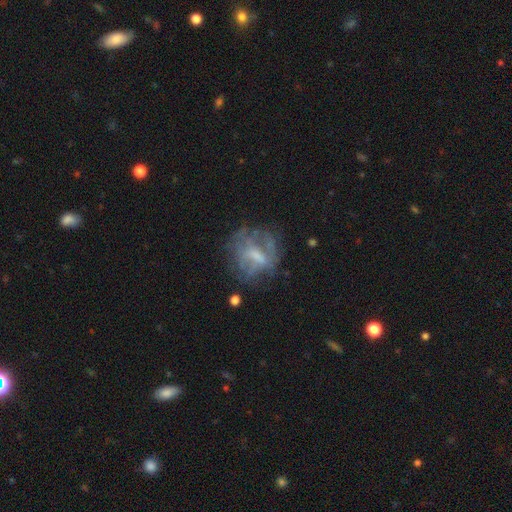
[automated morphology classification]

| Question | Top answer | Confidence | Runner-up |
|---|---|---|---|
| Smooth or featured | featured or disk | 60% | smooth (28%) |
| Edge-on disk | no | 96% | yes (4%) |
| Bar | no | 45% | weak (40%) |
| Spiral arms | no | 65% | yes (35%) |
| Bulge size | moderate | 34% | none (30%) |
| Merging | none | 54% | major disturbance (23%) |